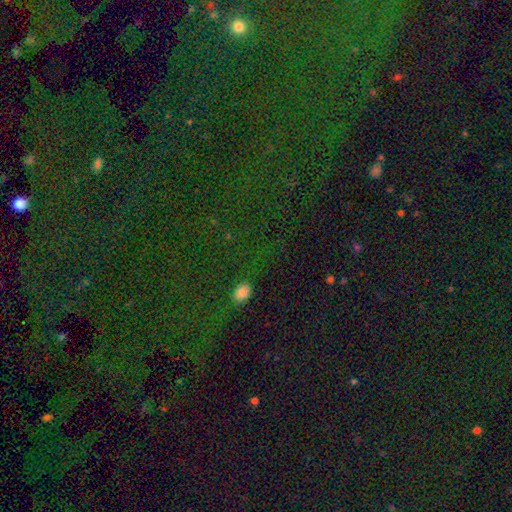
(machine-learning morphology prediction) Overall: star or artifact (79%).